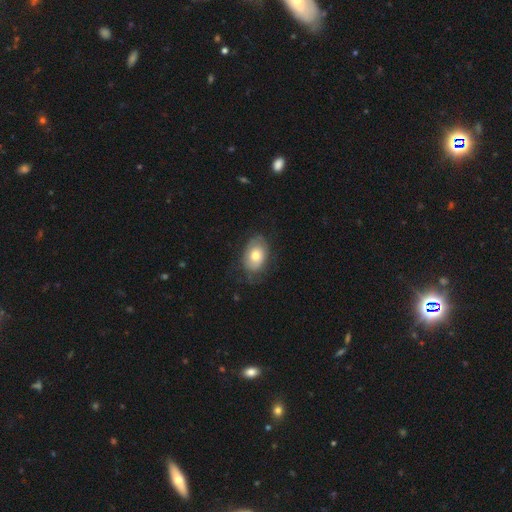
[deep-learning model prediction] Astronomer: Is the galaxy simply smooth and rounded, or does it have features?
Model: smooth — 63%.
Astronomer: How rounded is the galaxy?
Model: in between — 80%.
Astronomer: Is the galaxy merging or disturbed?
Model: none — 66%.